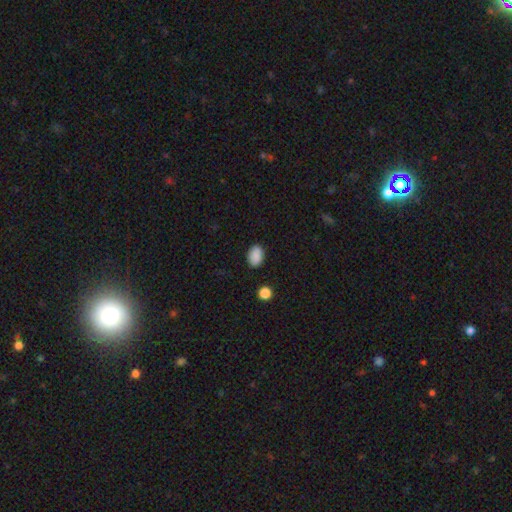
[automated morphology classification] smooth_or_featured: smooth (p=0.88) [alt: star or artifact p=0.08]
how_rounded: in between (p=0.86) [alt: round p=0.13]
merging: none (p=0.87) [alt: minor disturbance p=0.09]